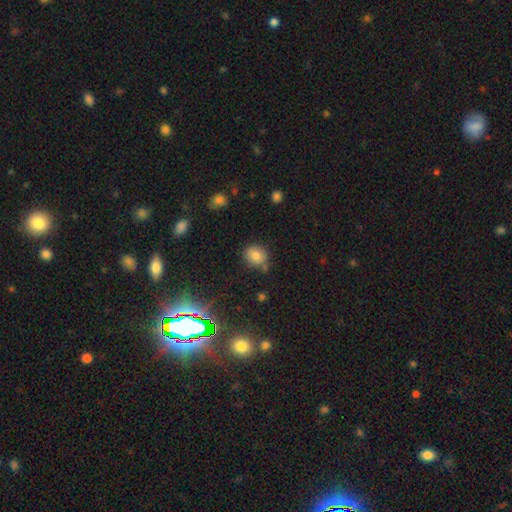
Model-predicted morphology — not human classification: Q: Smooth or featured?
A: smooth (79%); runner-up: star or artifact (13%)
Q: How rounded?
A: round (68%); runner-up: in between (31%)
Q: Merging?
A: none (76%); runner-up: minor disturbance (14%)